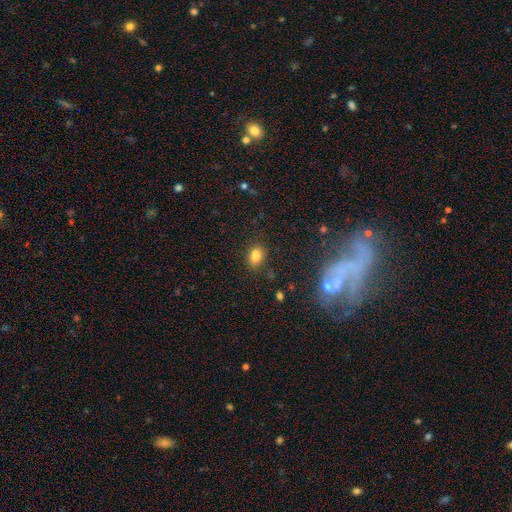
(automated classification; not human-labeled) Overall: smooth (80%). How rounded: in between (67%; round 31%). Merging: none (82%).